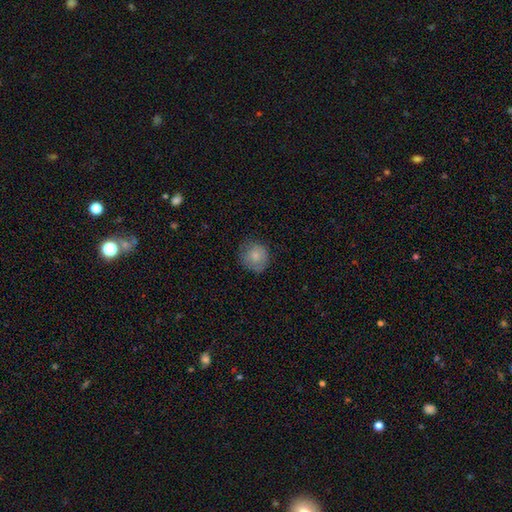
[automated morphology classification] smooth 80%, featured or disk 12%, star or artifact 8%. Down the decision tree: how rounded — round (89%); merging — none (75%).